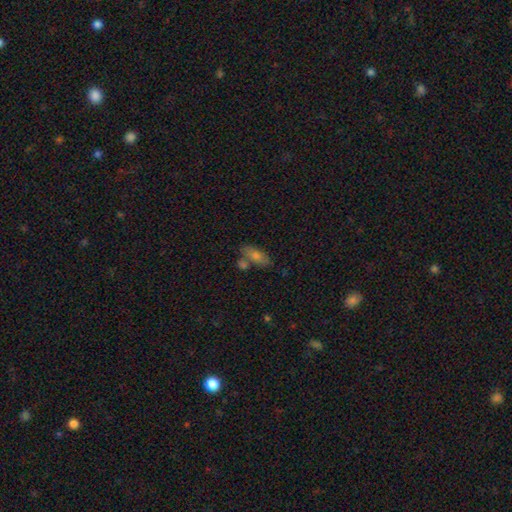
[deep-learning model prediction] This is likely a smooth galaxy (70%). How rounded: likely in between (75%). Merging: likely none (61%).